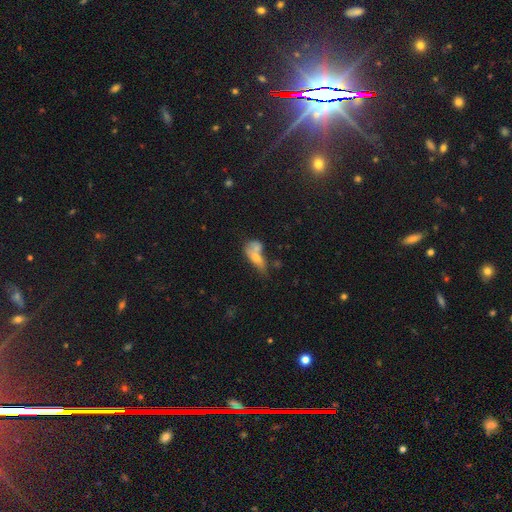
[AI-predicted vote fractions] The model was most divided on "merging": merger: 47%, none: 20%, major disturbance: 17%, minor disturbance: 15%. More confident: how rounded — in between (76%); smooth or featured — smooth (59%).